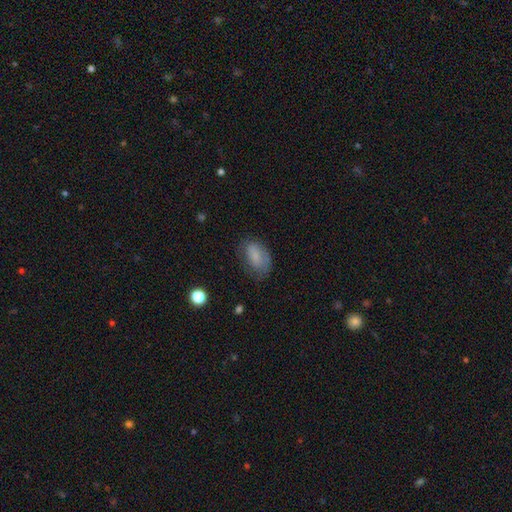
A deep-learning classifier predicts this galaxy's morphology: Overall: smooth (74%). How rounded: in between (89%). Merging: none (58%; minor disturbance 27%).